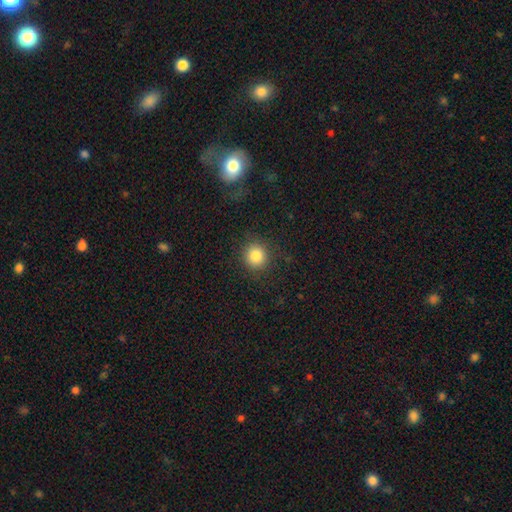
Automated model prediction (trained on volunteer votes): Smooth or featured: smooth — 84% (star or artifact — 11%)
How rounded: round — 90% (in between — 9%)
Merging: none — 88% (minor disturbance — 7%)